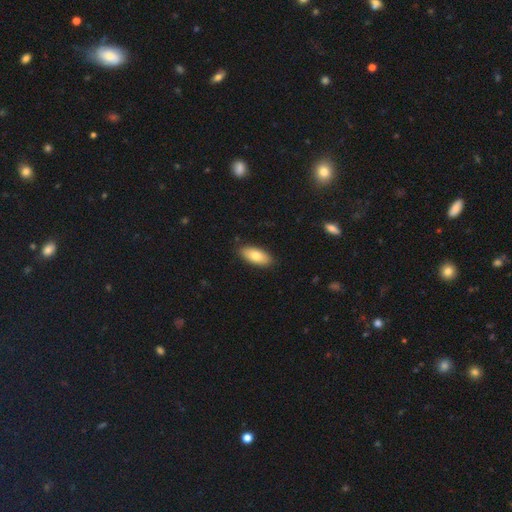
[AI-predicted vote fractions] This appears to be a smooth galaxy with no disk features (79%) that is in between round and cigar-shaped (88%). Merging: none (87%).